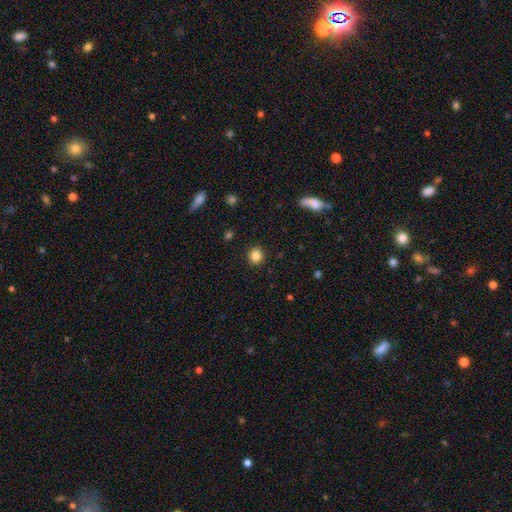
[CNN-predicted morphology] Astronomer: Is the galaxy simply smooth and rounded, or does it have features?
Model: smooth — 84%.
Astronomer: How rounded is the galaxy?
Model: round — 92%.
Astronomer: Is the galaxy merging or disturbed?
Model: none — 92%.